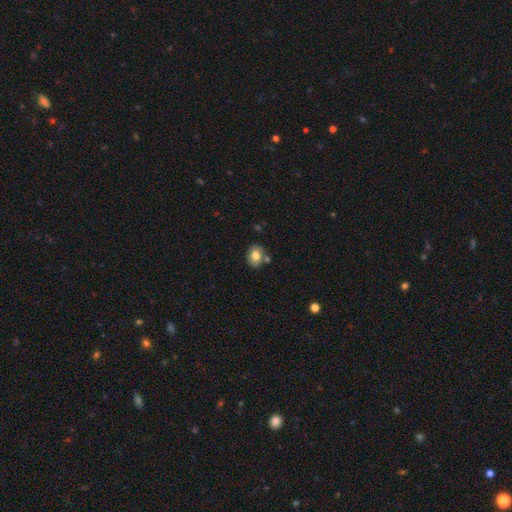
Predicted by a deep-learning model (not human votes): A smooth galaxy with no disk features (77%) that is in between round and cigar-shaped (52%). Merging: none (72%).